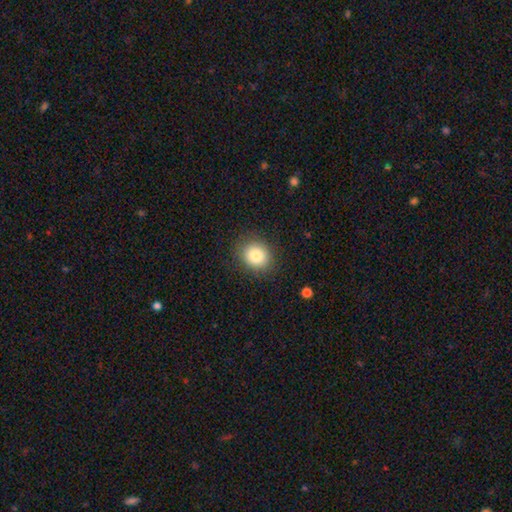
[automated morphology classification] Smooth or featured?
  - smooth: 83% *
  - star or artifact: 10%
  - featured or disk: 7%
How rounded?
  - round: 68% *
  - in between: 31%
  - cigar-shaped: 1%
Merging?
  - none: 87% *
  - minor disturbance: 9%
  - major disturbance: 3%
  - merger: 1%